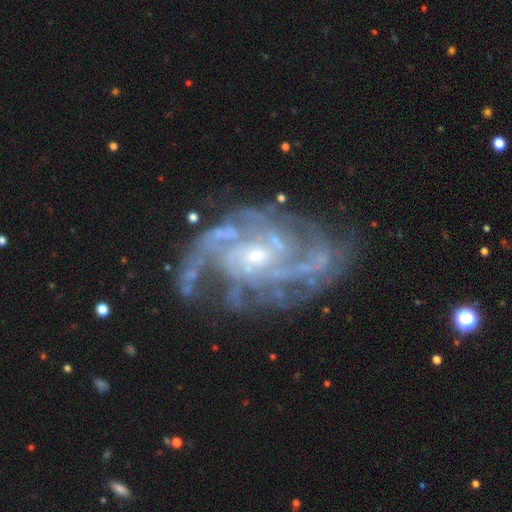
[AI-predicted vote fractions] The model was most divided on "spiral arm count": 3: 22%, 4: 20%, can't tell: 20%, 2: 17%, more than 4: 12%, 1: 8%. Remaining: spiral arms — yes (97%); edge-on disk — no (97%); smooth or featured — featured or disk (91%); merging — none (71%); bulge size — small (67%); bar — no (63%); spiral winding — tight (49%).